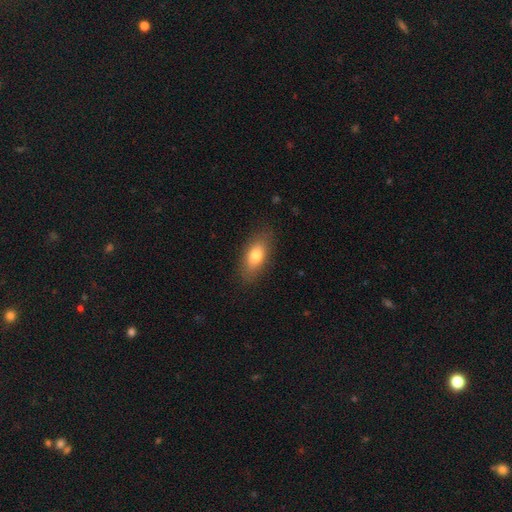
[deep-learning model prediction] Morphology: type=smooth (77%); roundness=in between (85%); merging=none (85%).